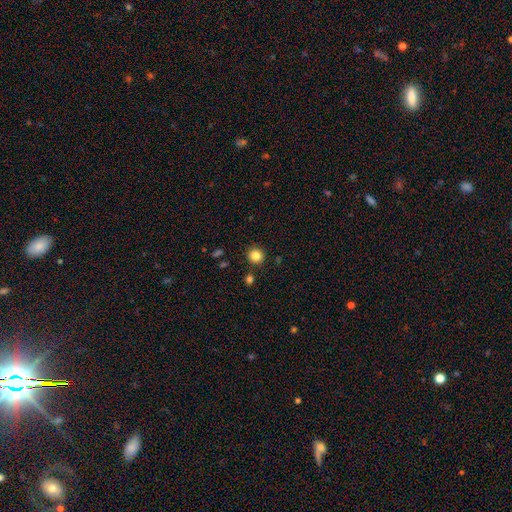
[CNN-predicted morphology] This appears to be a smooth galaxy with no disk features (85%) that is round (91%). Merging: none (89%).